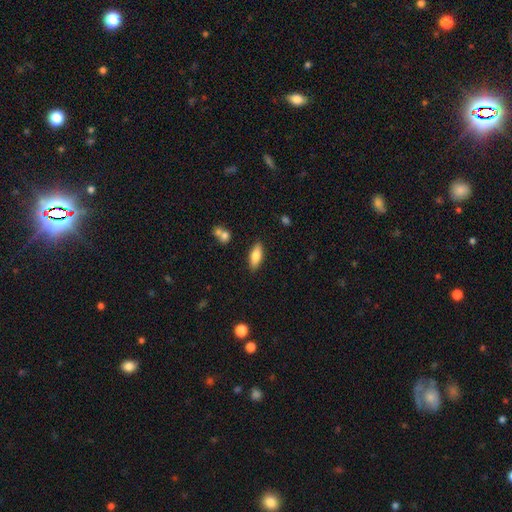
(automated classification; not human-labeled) Smooth or featured? smooth (75%)
How rounded? in between (72%)
Merging? none (85%)